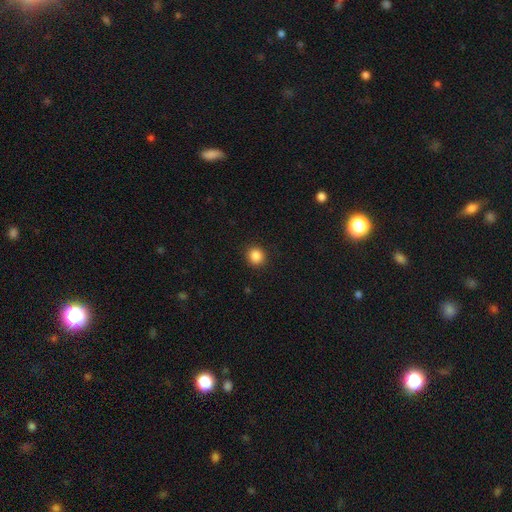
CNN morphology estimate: Q: Smooth or featured?
A: smooth (87%); runner-up: star or artifact (10%)
Q: How rounded?
A: round (89%); runner-up: in between (10%)
Q: Merging?
A: none (92%); runner-up: minor disturbance (6%)